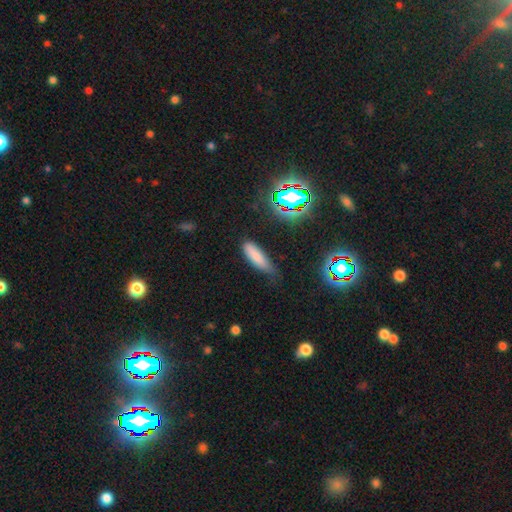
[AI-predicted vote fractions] Smooth or featured: smooth — 76% (star or artifact — 13%)
How rounded: cigar-shaped — 52% (in between — 46%)
Merging: none — 60% (minor disturbance — 30%)